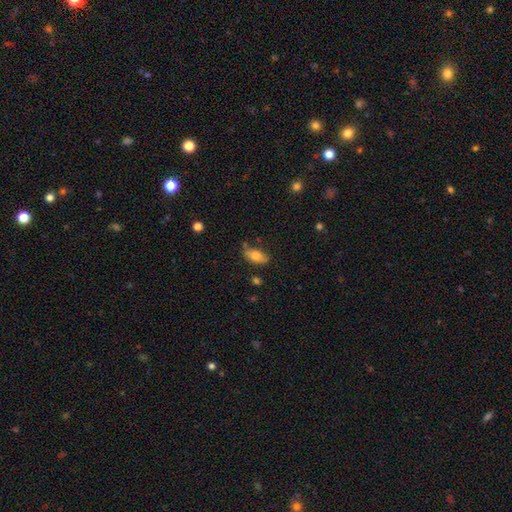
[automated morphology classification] type=smooth (77%); roundness=in between (85%); merging=none (73%).